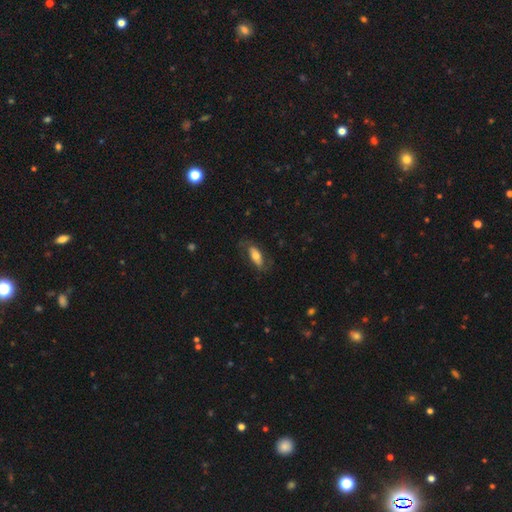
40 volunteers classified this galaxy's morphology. This appears to be a smooth galaxy with no disk features (62%) that is in between round and cigar-shaped (76%). Merging: none (77%).